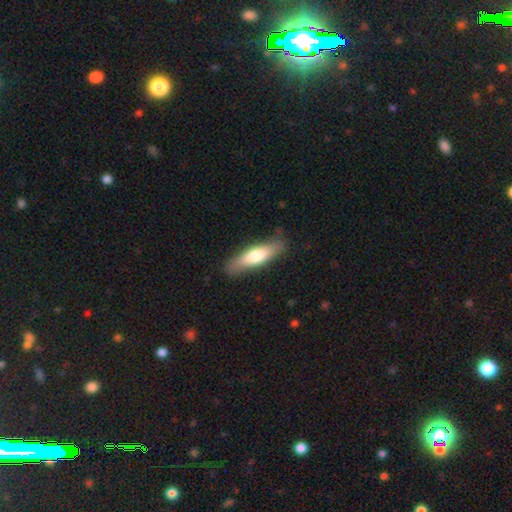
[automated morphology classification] This appears to be a smooth galaxy with no disk features (64%) that is cigar-shaped (64%). Merging: none (84%).